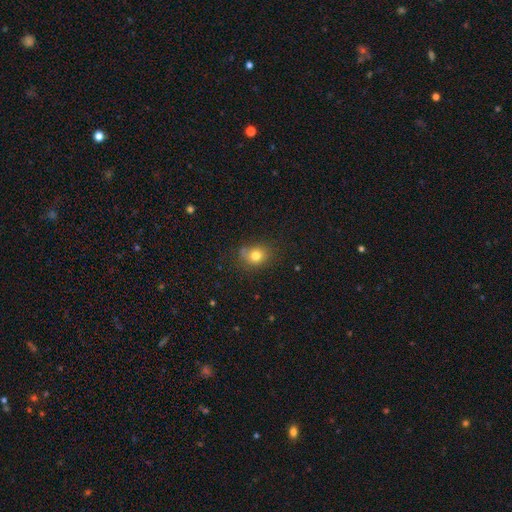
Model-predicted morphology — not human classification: A smooth galaxy with no disk features (77%) that is round (56%).

Vote fractions:
- Smooth or featured? smooth: 77% / star or artifact: 13% / featured or disk: 10%
- How rounded? round: 56% / in between: 43% / cigar-shaped: 1%
- Merging? none: 69% / minor disturbance: 22% / major disturbance: 6% / merger: 3%